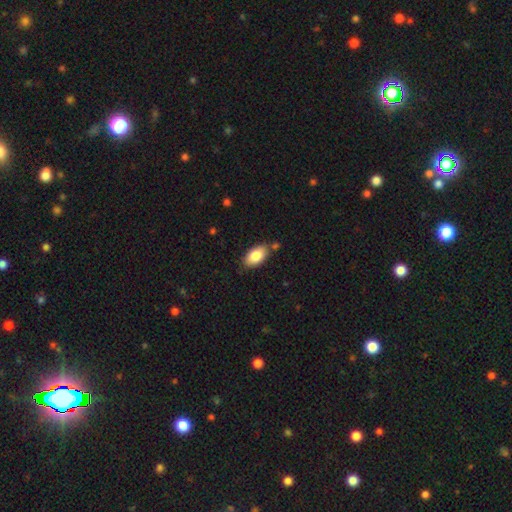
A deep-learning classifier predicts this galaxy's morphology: smooth-or-featured: smooth: 84% | featured or disk: 9% | star or artifact: 7%
  how-rounded: in between: 94% | round: 3% | cigar-shaped: 3%
  merging: none: 78% | minor disturbance: 14% | merger: 6% | major disturbance: 3%